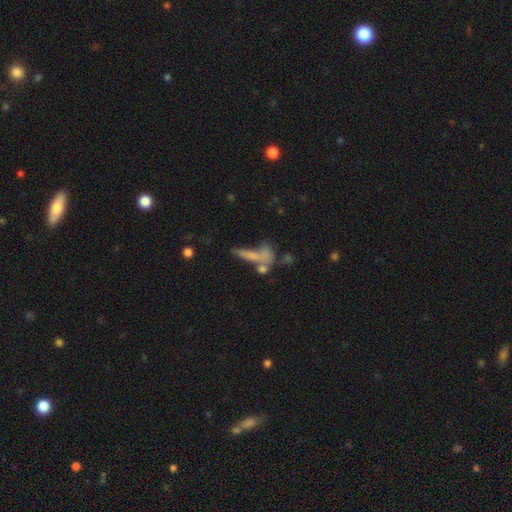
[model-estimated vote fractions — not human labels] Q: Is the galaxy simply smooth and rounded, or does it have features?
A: smooth — 52%.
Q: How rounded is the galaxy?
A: cigar-shaped — 62%.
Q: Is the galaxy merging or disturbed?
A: merger — 37%.